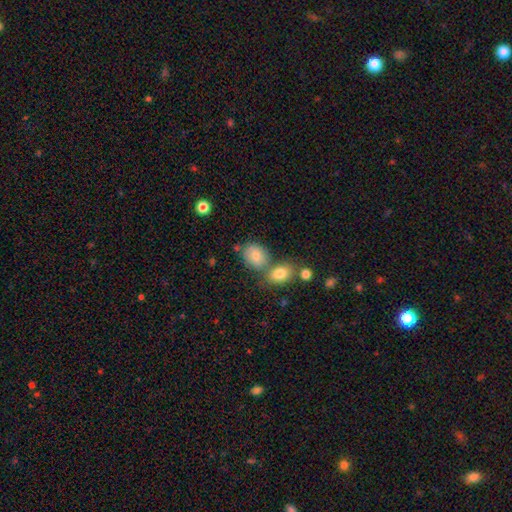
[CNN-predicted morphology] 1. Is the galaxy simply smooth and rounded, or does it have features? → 82% smooth, 9% featured or disk, 9% star or artifact.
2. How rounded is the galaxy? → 63% in between, 36% round, 1% cigar-shaped.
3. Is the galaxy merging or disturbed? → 52% none, 31% merger, 12% minor disturbance, 5% major disturbance.